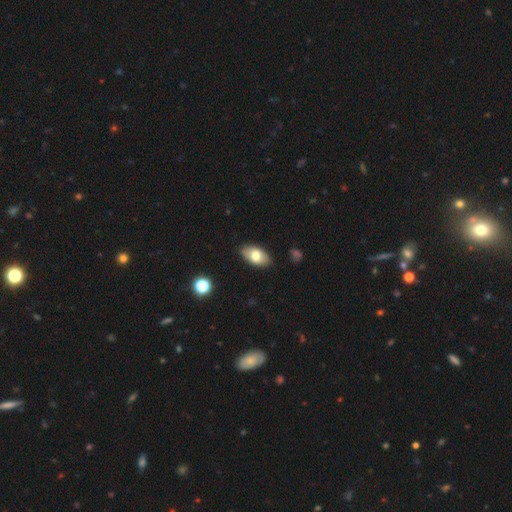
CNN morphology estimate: Smooth or featured?
  - smooth: 74% *
  - featured or disk: 19%
  - star or artifact: 7%
How rounded?
  - in between: 93% *
  - round: 5%
  - cigar-shaped: 2%
Merging?
  - none: 86% *
  - minor disturbance: 10%
  - major disturbance: 2%
  - merger: 1%